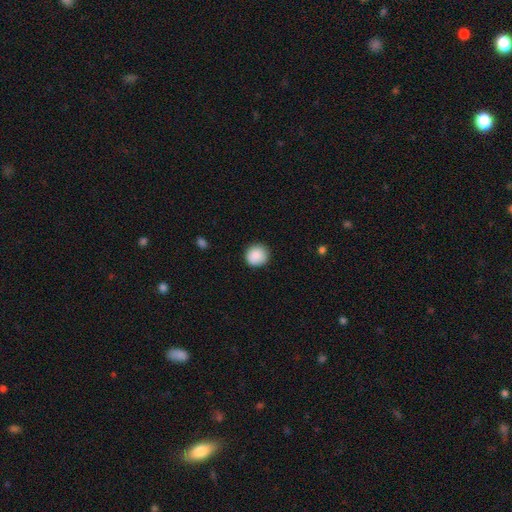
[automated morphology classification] Smooth or featured: smooth — 89% (star or artifact — 8%)
How rounded: round — 92% (in between — 7%)
Merging: none — 89% (minor disturbance — 8%)